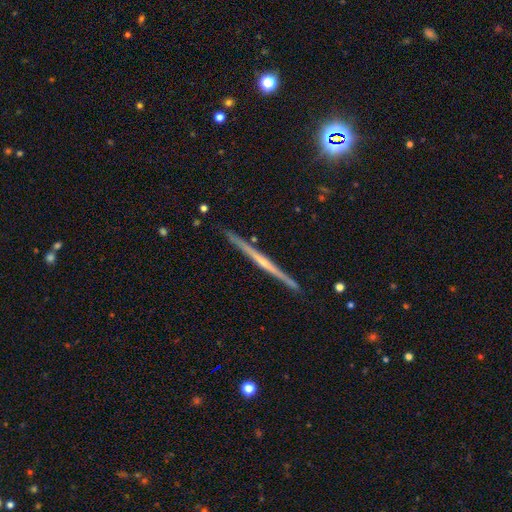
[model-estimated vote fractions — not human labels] A featured or disk galaxy (76%) viewed edge-on (98%) with no central bulge (48%). Merging: none (92%).